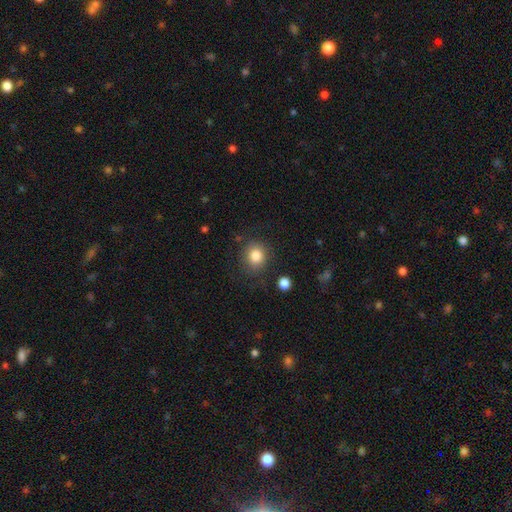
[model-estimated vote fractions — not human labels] smooth_or_featured: smooth (p=0.84) [alt: star or artifact p=0.10]
how_rounded: round (p=0.78) [alt: in between p=0.21]
merging: none (p=0.79) [alt: minor disturbance p=0.13]